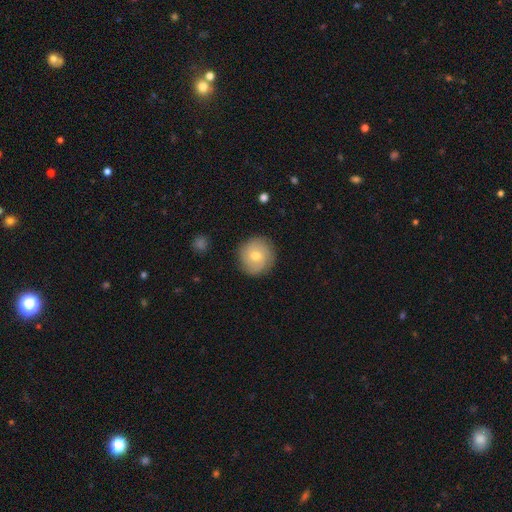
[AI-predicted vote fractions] Smooth or featured? Predicted: smooth (p=0.58). How rounded? Predicted: round (p=0.92). Merging? Predicted: none (p=0.86).